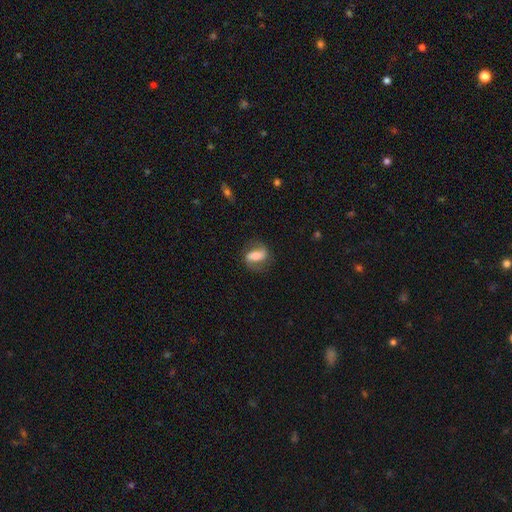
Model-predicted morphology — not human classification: The model was most divided on "smooth or featured": featured or disk: 50%, smooth: 43%, star or artifact: 8%. More confident: merging — none (72%).